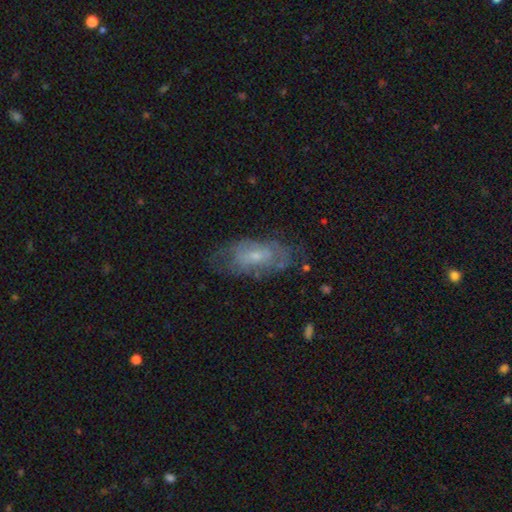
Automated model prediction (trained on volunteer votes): A featured or disk galaxy (60%) with no bar (61%), spiral arms (64%) and a small central bulge (61%). Merging: none (65%).